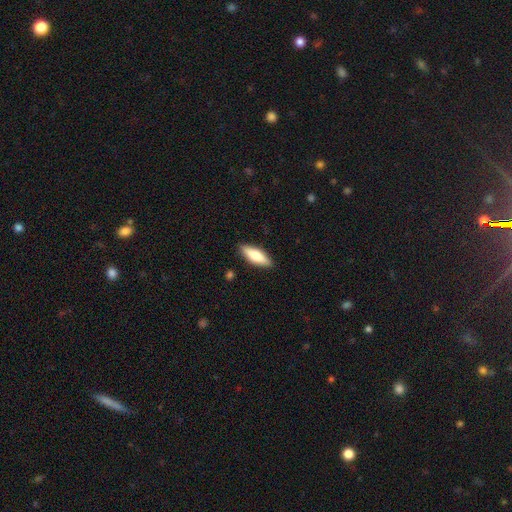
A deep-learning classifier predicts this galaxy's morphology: A smooth galaxy with no disk features (73%) that is in between round and cigar-shaped (58%). Merging: none (88%).